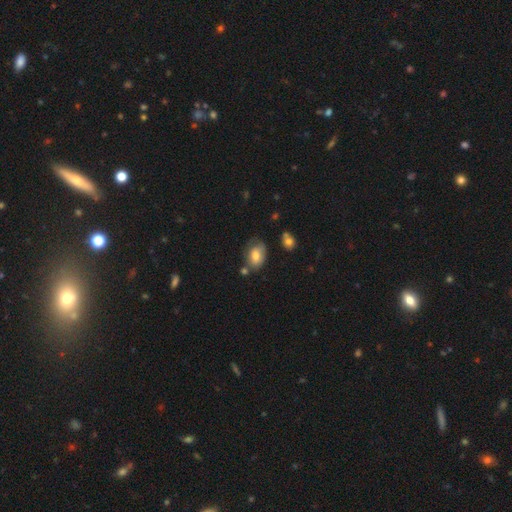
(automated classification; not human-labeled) Smooth or featured? Predicted: smooth (p=0.70). How rounded? Predicted: in between (p=0.83). Merging? Predicted: none (p=0.51).